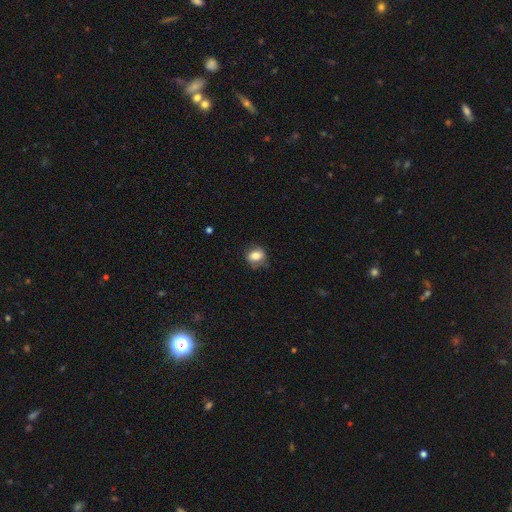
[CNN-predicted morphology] The model was most divided on "how rounded": in between: 55%, round: 43%, cigar-shaped: 1%. More confident: smooth or featured — smooth (79%); merging — none (70%).